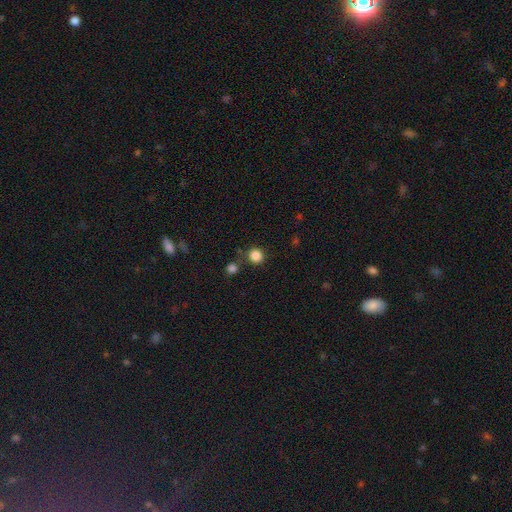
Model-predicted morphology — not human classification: smooth_or_featured: smooth (p=0.85) [alt: star or artifact p=0.11]
how_rounded: round (p=0.89) [alt: in between p=0.10]
merging: none (p=0.80) [alt: minor disturbance p=0.09]